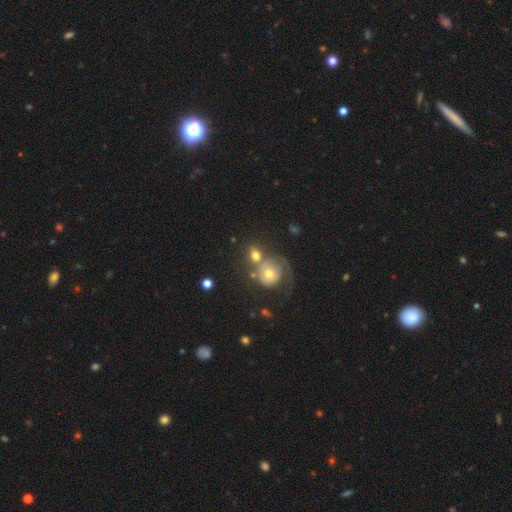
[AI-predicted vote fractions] smooth 62%, featured or disk 27%, star or artifact 11%. Down the decision tree: how rounded — round (65%); merging — merger (42%).